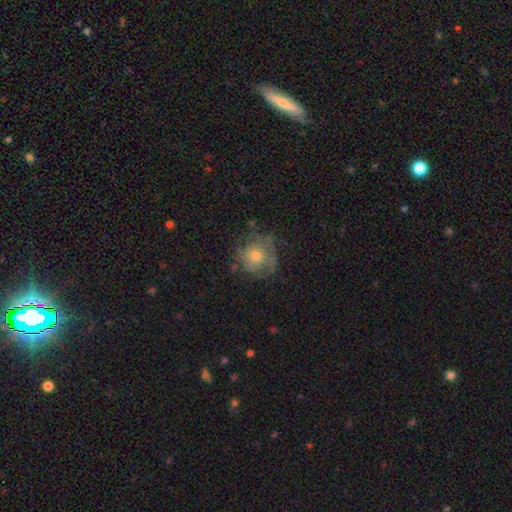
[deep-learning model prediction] Smooth or featured?
  - smooth: 45% *
  - featured or disk: 43%
  - star or artifact: 12%
Merging?
  - none: 60% *
  - minor disturbance: 23%
  - major disturbance: 15%
  - merger: 2%